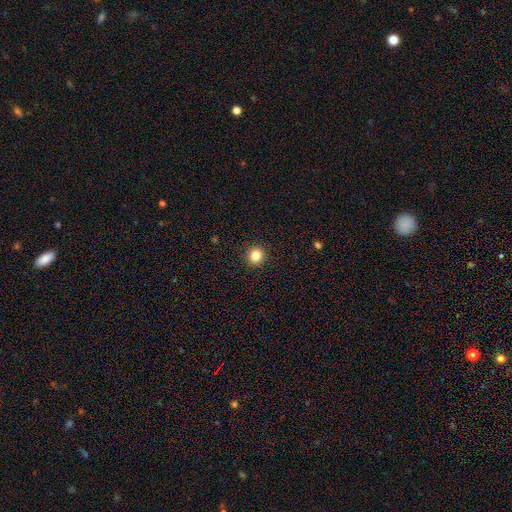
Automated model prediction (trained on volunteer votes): smooth 84%, star or artifact 11%, featured or disk 5%. Down the decision tree: how rounded — round (89%); merging — none (92%).